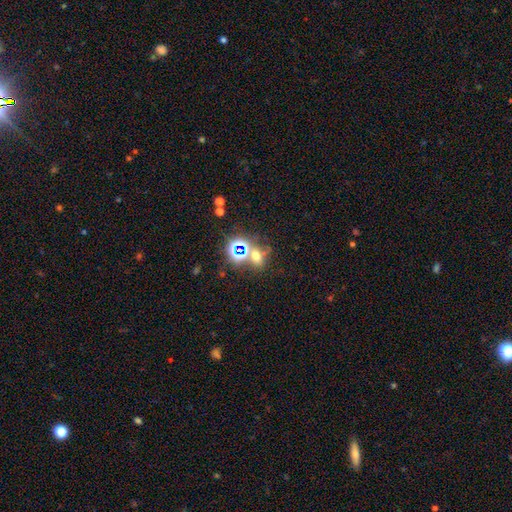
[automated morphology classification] type=star or artifact (47%).